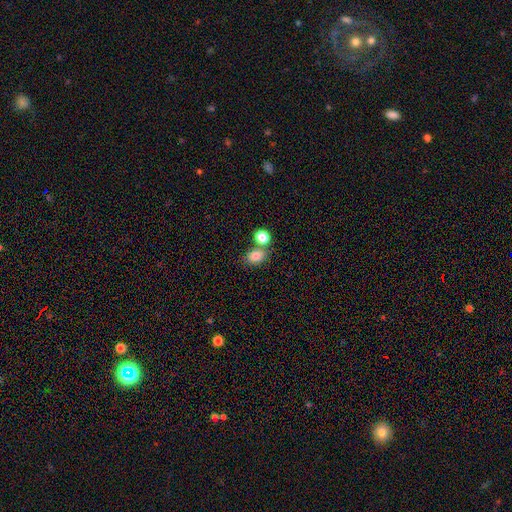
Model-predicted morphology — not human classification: Smooth or featured? smooth (82%)
How rounded? in between (60%)
Merging? none (54%)